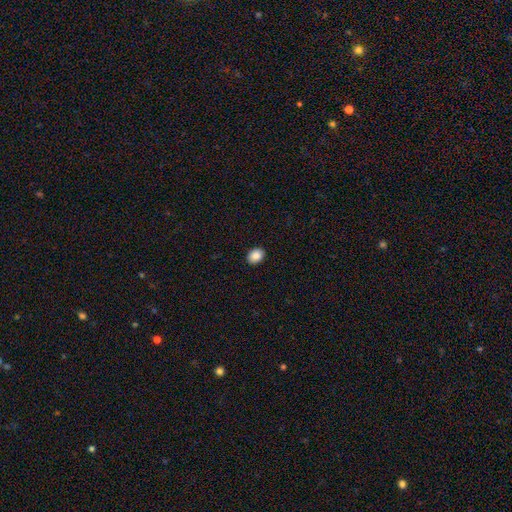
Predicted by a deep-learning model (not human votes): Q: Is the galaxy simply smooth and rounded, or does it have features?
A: smooth — 88%.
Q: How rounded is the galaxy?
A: in between — 61%.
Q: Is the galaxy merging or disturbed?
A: none — 91%.